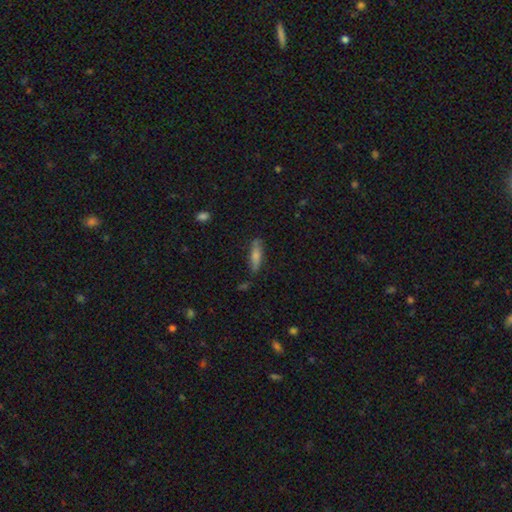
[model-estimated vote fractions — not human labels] Smooth or featured?
  - smooth: 62% *
  - featured or disk: 30%
  - star or artifact: 8%
How rounded?
  - cigar-shaped: 72% *
  - in between: 25%
  - round: 2%
Merging?
  - none: 82% *
  - minor disturbance: 13%
  - major disturbance: 3%
  - merger: 2%